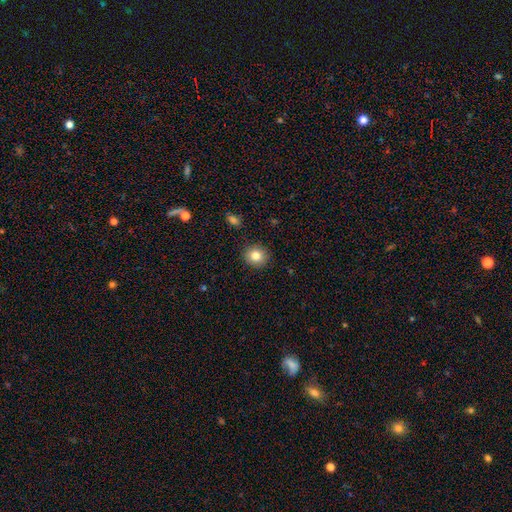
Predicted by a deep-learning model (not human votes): Overall: smooth (82%). How rounded: round (83%). Merging: none (90%).